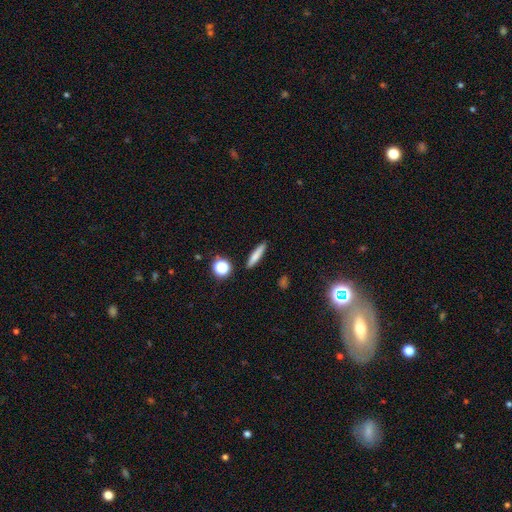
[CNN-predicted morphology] Smooth or featured? Predicted: smooth (p=0.75). How rounded? Predicted: cigar-shaped (p=0.85). Merging? Predicted: none (p=0.89).